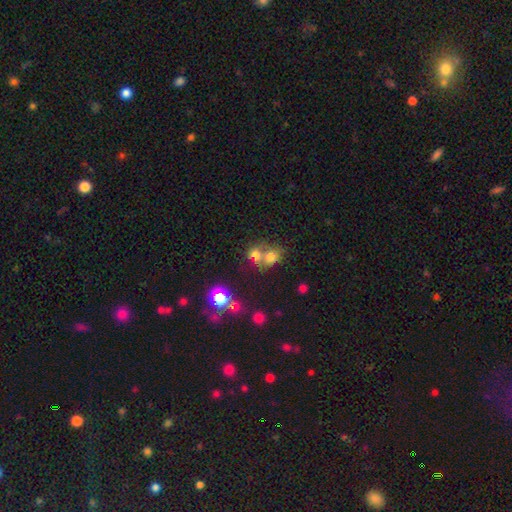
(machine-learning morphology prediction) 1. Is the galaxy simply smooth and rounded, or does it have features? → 65% smooth, 20% star or artifact, 15% featured or disk.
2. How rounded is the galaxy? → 63% round, 36% in between, 1% cigar-shaped.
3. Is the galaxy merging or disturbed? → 56% merger, 33% none, 8% minor disturbance, 4% major disturbance.